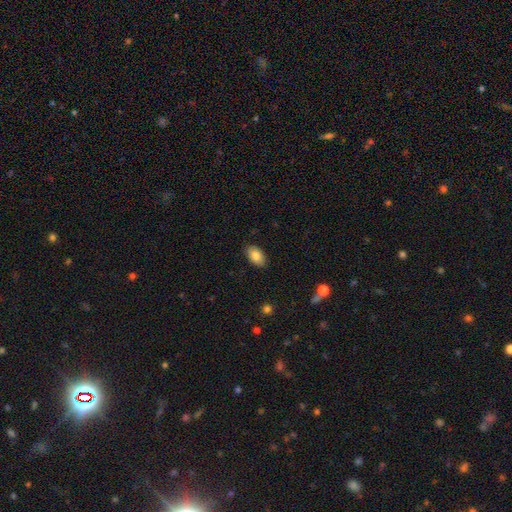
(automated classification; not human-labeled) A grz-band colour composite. It shows a smooth galaxy with no disk features (84%) that is in between round and cigar-shaped (92%). Merging: none (87%).